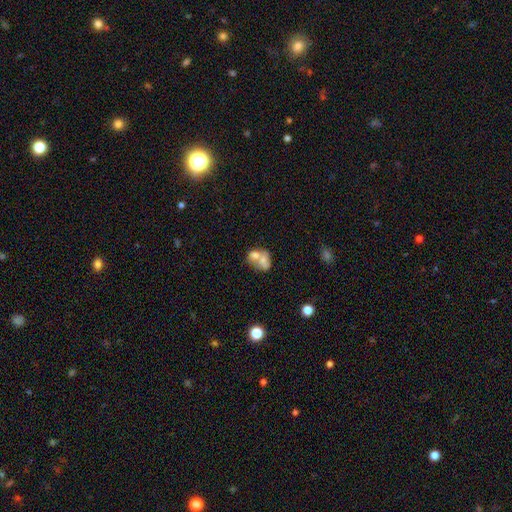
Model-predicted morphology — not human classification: Q: Smooth or featured?
A: smooth (63%); runner-up: featured or disk (28%)
Q: How rounded?
A: in between (59%); runner-up: round (40%)
Q: Merging?
A: merger (71%); runner-up: none (17%)